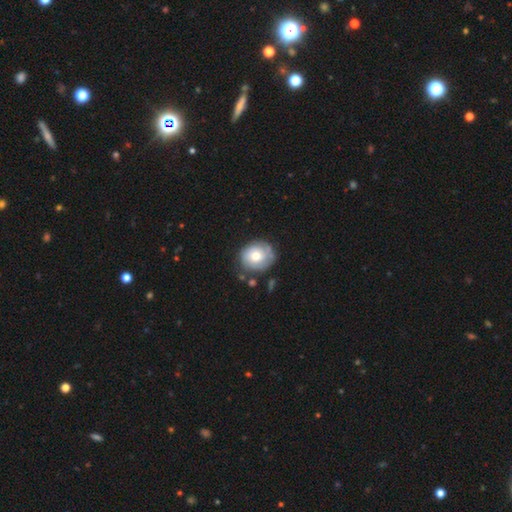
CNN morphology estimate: Overall: featured or disk (50%; smooth 44%). Merging: none (69%).